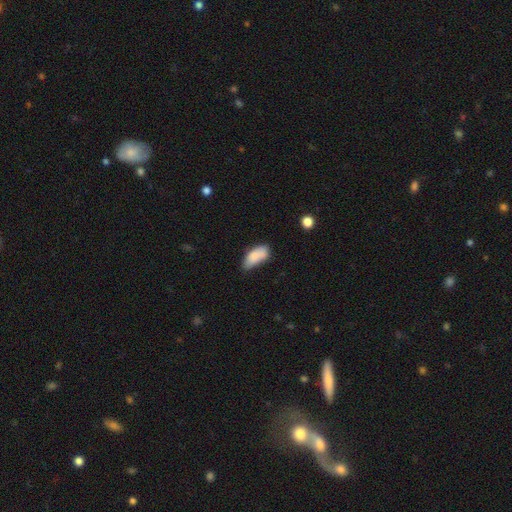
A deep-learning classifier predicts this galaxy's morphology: smooth-or-featured: smooth: 83% | featured or disk: 10% | star or artifact: 7%
  how-rounded: in between: 90% | cigar-shaped: 8% | round: 2%
  merging: none: 47% | minor disturbance: 39% | major disturbance: 9% | merger: 5%